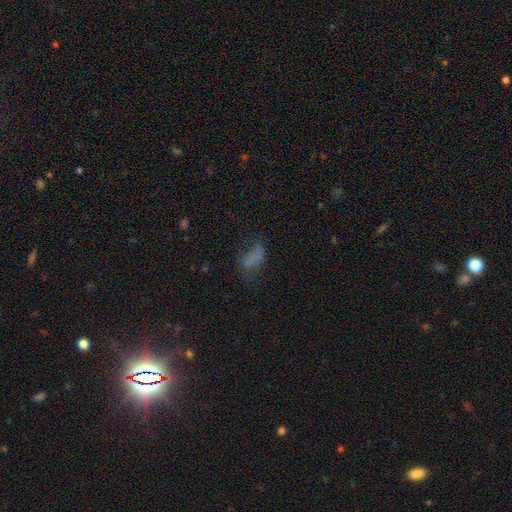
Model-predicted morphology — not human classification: Smooth or featured?
  - smooth: 50% *
  - featured or disk: 30%
  - star or artifact: 20%
Merging?
  - none: 43% *
  - major disturbance: 28%
  - minor disturbance: 24%
  - merger: 5%